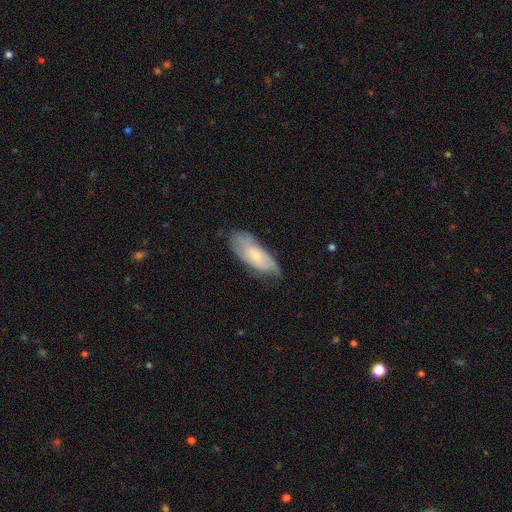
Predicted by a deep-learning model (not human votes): smooth-or-featured: smooth: 51% | featured or disk: 42% | star or artifact: 7%
  how-rounded: in between: 76% | cigar-shaped: 22% | round: 2%
  merging: none: 60% | minor disturbance: 30% | major disturbance: 8% | merger: 1%